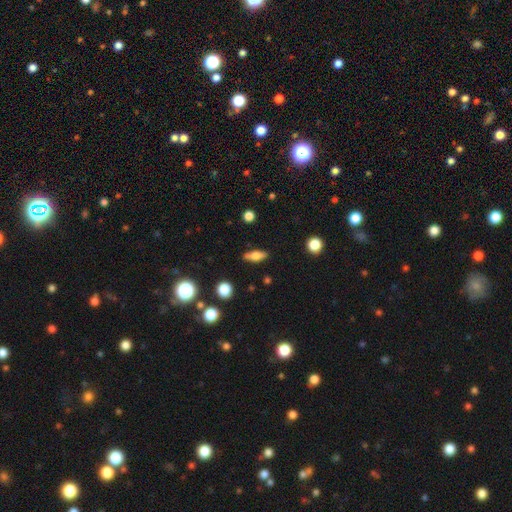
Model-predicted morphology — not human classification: A smooth galaxy with no disk features (63%) that is in between round and cigar-shaped (61%).

Vote fractions:
- Smooth or featured? smooth: 63% / featured or disk: 28% / star or artifact: 8%
- How rounded? in between: 61% / cigar-shaped: 34% / round: 5%
- Merging? none: 85% / minor disturbance: 11% / major disturbance: 2% / merger: 2%